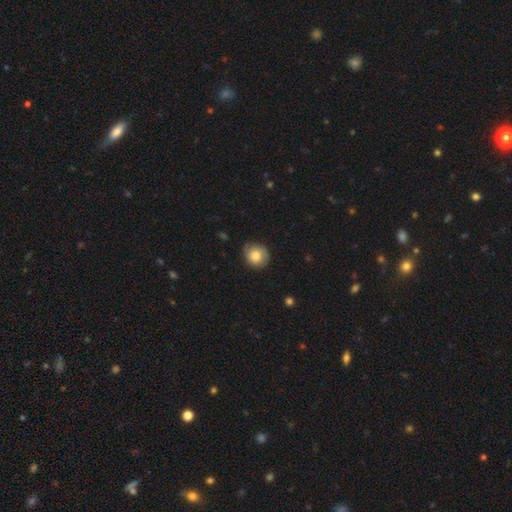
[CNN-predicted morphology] A smooth galaxy with no disk features (77%) that is round (82%).

Vote fractions:
- Smooth or featured? smooth: 77% / featured or disk: 15% / star or artifact: 8%
- How rounded? round: 82% / in between: 17% / cigar-shaped: 1%
- Merging? none: 73% / minor disturbance: 21% / major disturbance: 4% / merger: 1%